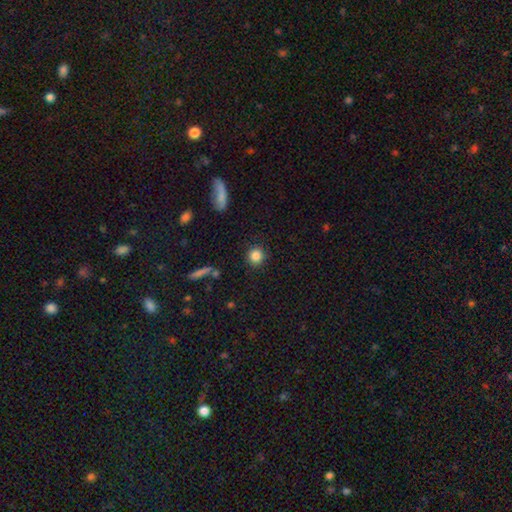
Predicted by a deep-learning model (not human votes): A smooth galaxy with no disk features (85%) that is round (92%). Merging: none (88%).